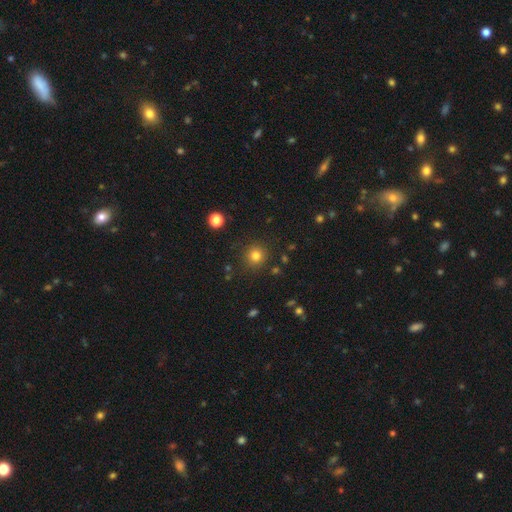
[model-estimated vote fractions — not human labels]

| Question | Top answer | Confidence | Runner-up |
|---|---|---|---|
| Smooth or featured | smooth | 80% | star or artifact (14%) |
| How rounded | round | 92% | in between (7%) |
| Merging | none | 88% | minor disturbance (7%) |